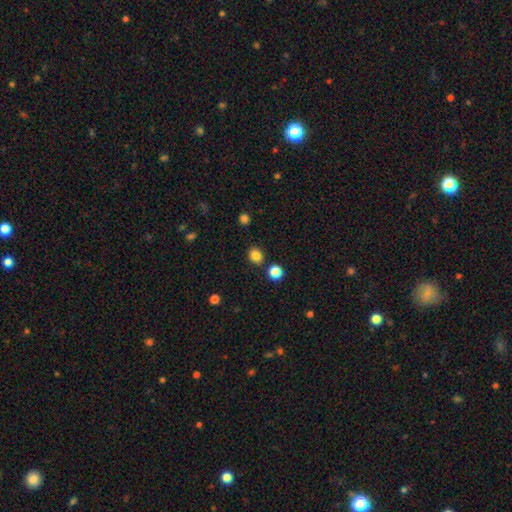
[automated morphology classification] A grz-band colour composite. It shows a smooth galaxy with no disk features (83%) that is round (68%). Merging: none (84%).